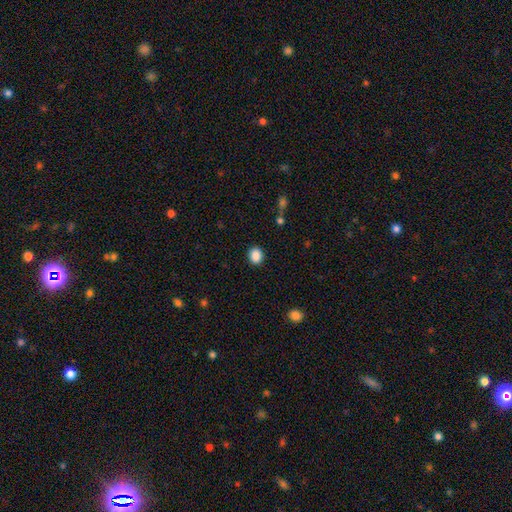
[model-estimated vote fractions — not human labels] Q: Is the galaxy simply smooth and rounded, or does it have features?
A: smooth — 88%.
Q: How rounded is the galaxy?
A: round — 61%.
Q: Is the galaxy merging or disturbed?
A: none — 89%.